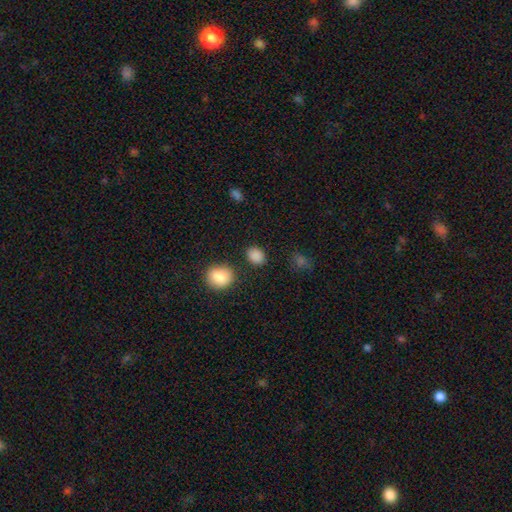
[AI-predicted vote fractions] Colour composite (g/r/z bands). It shows a smooth galaxy with no disk features (86%) that is in between round and cigar-shaped (52%). Merging: none (84%).